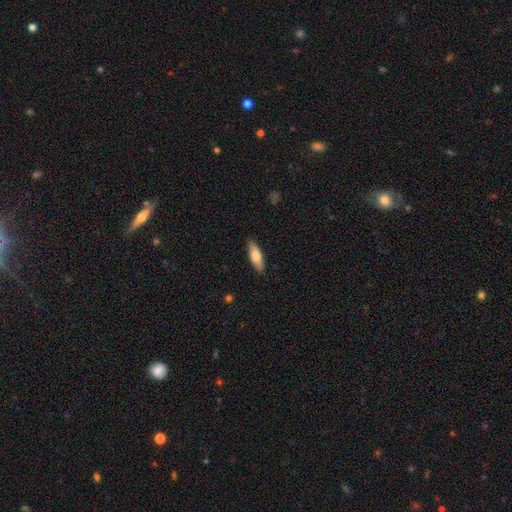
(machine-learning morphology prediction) Overall: smooth (75%). How rounded: in between (58%; cigar-shaped 40%). Merging: none (87%).